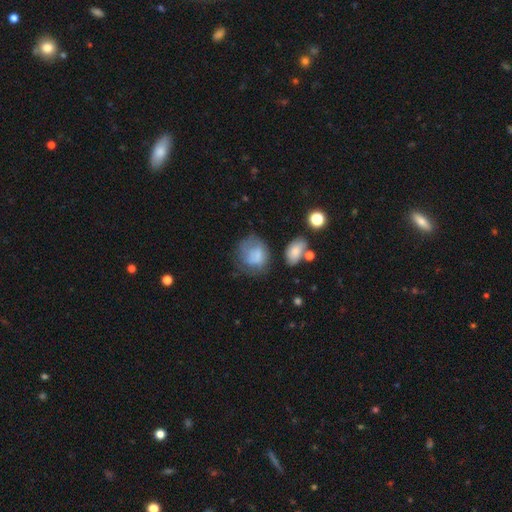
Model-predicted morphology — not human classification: smooth 69%, featured or disk 21%, star or artifact 10%. Down the decision tree: how rounded — round (62%); merging — none (41%).